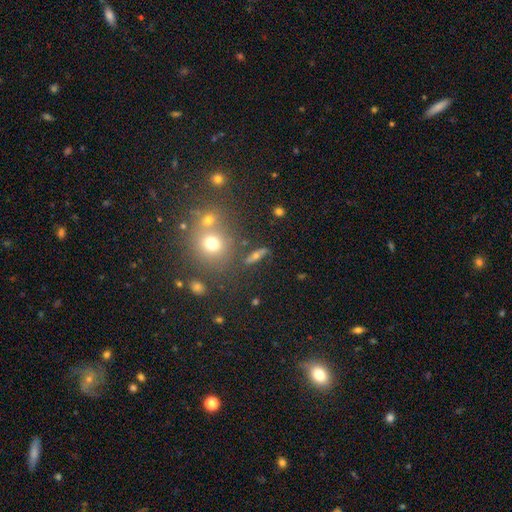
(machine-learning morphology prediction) Q: Smooth or featured?
A: smooth (52%); runner-up: star or artifact (36%)
Q: How rounded?
A: round (74%); runner-up: in between (24%)
Q: Merging?
A: none (68%); runner-up: merger (18%)